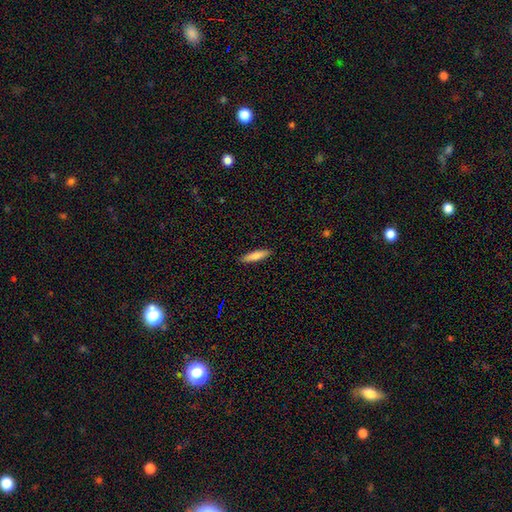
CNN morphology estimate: This is clearly a smooth galaxy (81%). How rounded: likely cigar-shaped (74%). Merging: clearly none (89%).